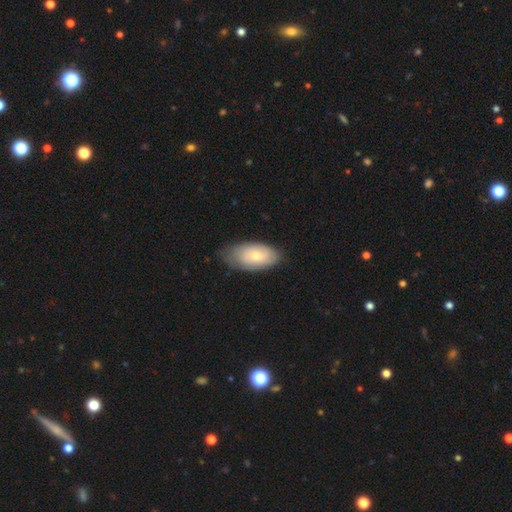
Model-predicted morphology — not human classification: Overall: smooth (68%). How rounded: in between (93%). Merging: none (66%; minor disturbance 27%).